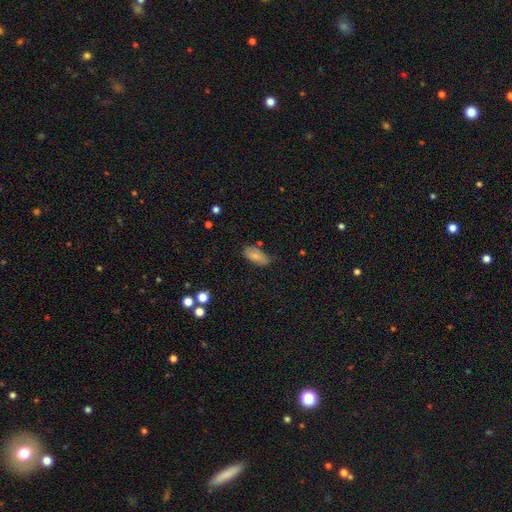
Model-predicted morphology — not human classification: smooth_or_featured: smooth (p=0.81) [alt: featured or disk p=0.12]
how_rounded: in between (p=0.90) [alt: cigar-shaped p=0.07]
merging: none (p=0.60) [alt: minor disturbance p=0.29]